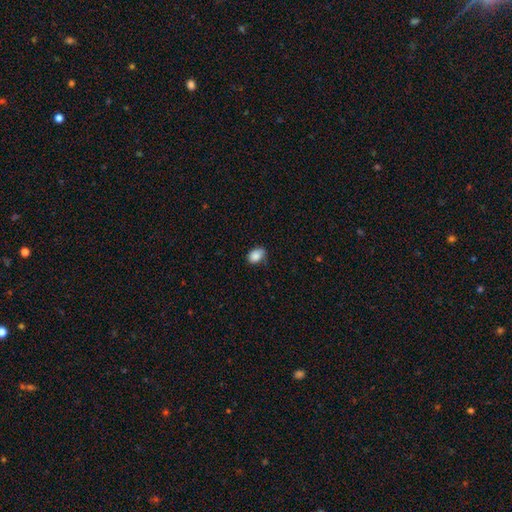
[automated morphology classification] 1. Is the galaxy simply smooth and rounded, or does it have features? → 87% smooth, 8% star or artifact, 5% featured or disk.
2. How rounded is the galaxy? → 75% in between, 23% round, 1% cigar-shaped.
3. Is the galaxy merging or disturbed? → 64% none, 29% minor disturbance, 5% major disturbance, 2% merger.